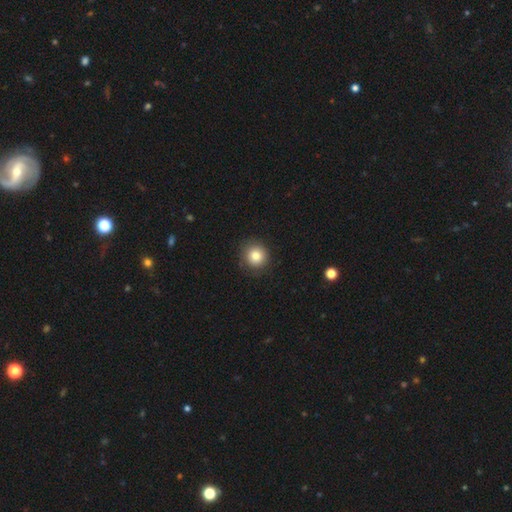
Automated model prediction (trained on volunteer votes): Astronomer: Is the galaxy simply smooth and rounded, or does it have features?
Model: smooth — 81%.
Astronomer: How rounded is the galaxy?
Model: round — 93%.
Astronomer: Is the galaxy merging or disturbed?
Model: none — 88%.